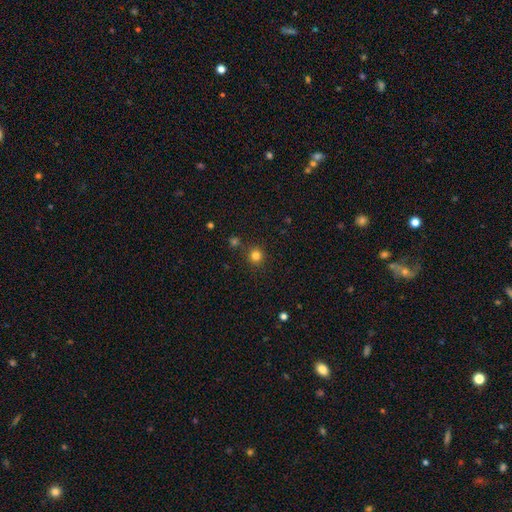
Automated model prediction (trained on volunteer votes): A smooth galaxy with no disk features (81%) that is round (93%).

Vote fractions:
- Smooth or featured? smooth: 81% / star or artifact: 15% / featured or disk: 5%
- How rounded? round: 93% / in between: 6% / cigar-shaped: 1%
- Merging? none: 85% / minor disturbance: 7% / merger: 5% / major disturbance: 3%